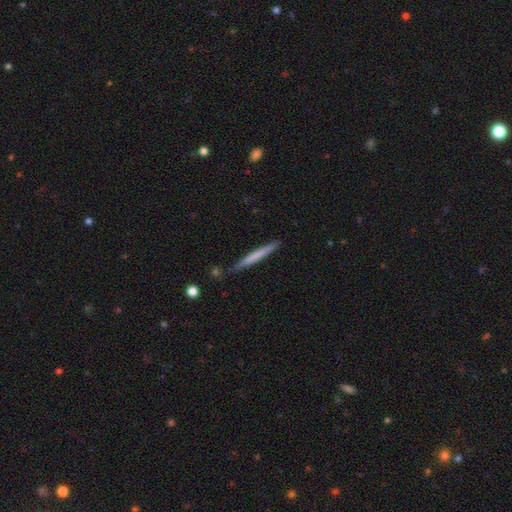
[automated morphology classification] This is likely a smooth galaxy (60%). How rounded: clearly cigar-shaped (97%). Merging: clearly none (86%).